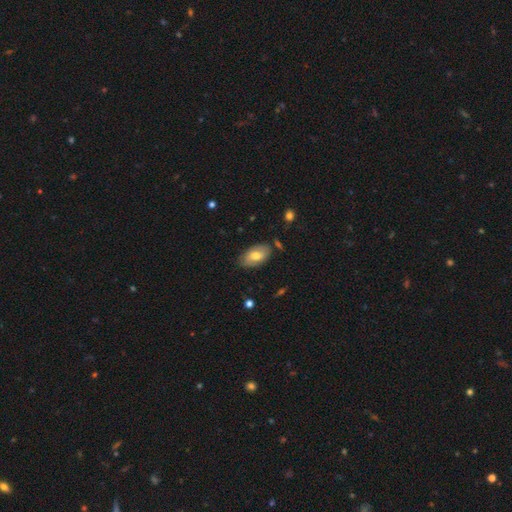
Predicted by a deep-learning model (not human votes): smooth 68%, featured or disk 26%, star or artifact 6%. Down the decision tree: how rounded — in between (94%); merging — none (76%).